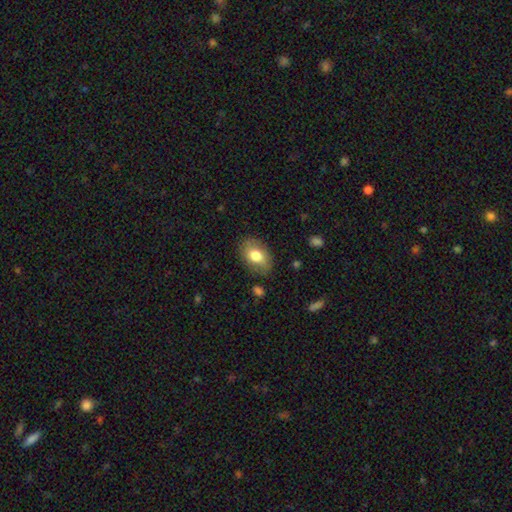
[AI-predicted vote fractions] Smooth or featured? smooth (75%)
How rounded? in between (88%)
Merging? none (80%)